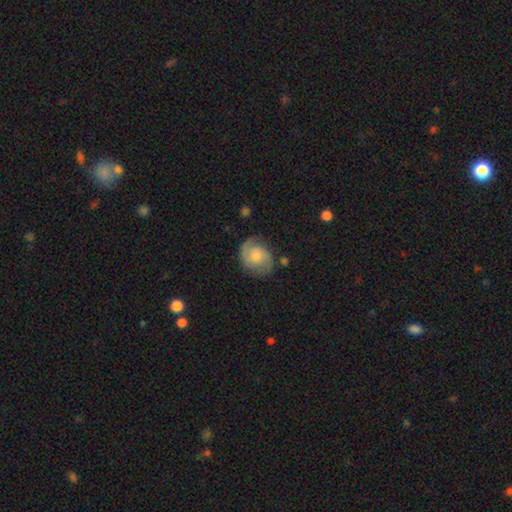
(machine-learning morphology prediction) Smooth or featured?
  - featured or disk: 70% *
  - smooth: 23%
  - star or artifact: 7%
Edge-on disk?
  - no: 98% *
  - yes: 2%
Bar?
  - no: 69% *
  - weak: 27%
  - strong: 4%
Spiral arms?
  - yes: 94% *
  - no: 6%
Spiral winding?
  - medium: 44% *
  - tight: 40%
  - loose: 16%
Spiral arm count?
  - 2: 82% *
  - can't tell: 8%
  - 1: 4%
  - 3: 3%
  - 4: 1%
  - more than 4: 1%
Bulge size?
  - moderate: 46% *
  - small: 38%
  - large: 8%
  - none: 7%
  - dominant: 2%
Merging?
  - none: 73% *
  - minor disturbance: 18%
  - major disturbance: 7%
  - merger: 2%